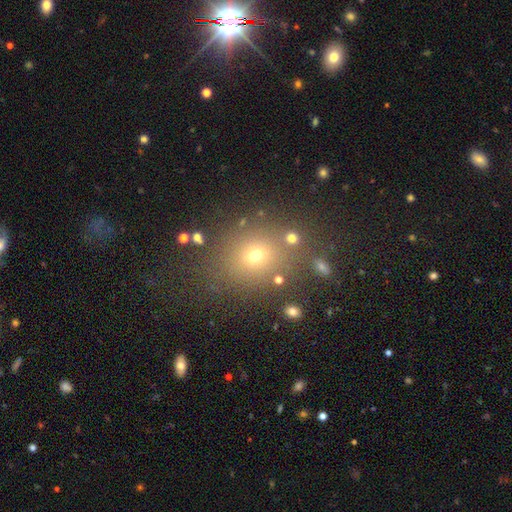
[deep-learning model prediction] Overall: smooth (66%). How rounded: round (65%; in between 33%). Merging: none (76%).